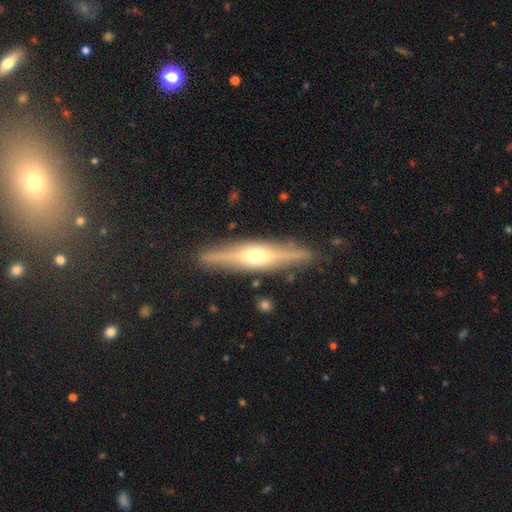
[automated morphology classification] Overall: featured or disk (76%). Edge-on disk: yes (96%). Edge-on bulge: rounded (87%). Merging: none (88%).